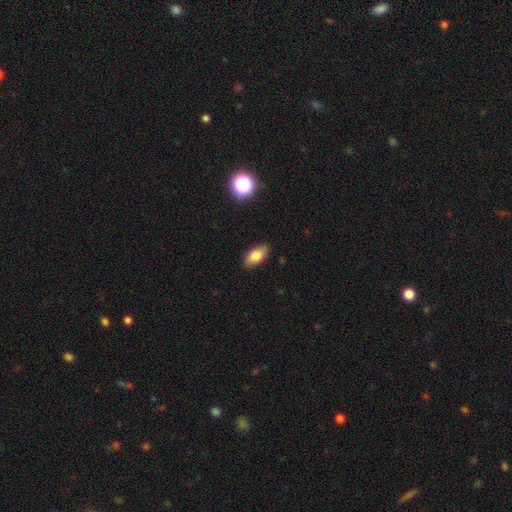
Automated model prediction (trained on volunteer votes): smooth-or-featured: smooth: 81% | featured or disk: 11% | star or artifact: 8%
  how-rounded: in between: 89% | cigar-shaped: 7% | round: 4%
  merging: none: 87% | minor disturbance: 10% | major disturbance: 2% | merger: 1%